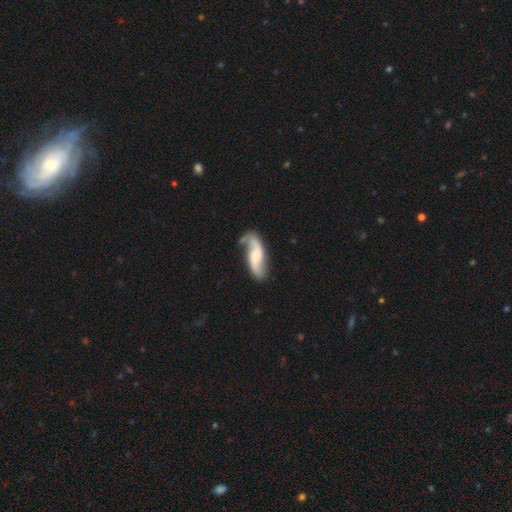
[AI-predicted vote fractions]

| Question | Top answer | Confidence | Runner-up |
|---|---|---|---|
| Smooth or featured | featured or disk | 72% | smooth (22%) |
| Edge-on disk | no | 92% | yes (8%) |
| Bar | no | 50% | weak (36%) |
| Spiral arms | yes | 95% | no (5%) |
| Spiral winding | loose | 74% | medium (20%) |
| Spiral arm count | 2 | 90% | 1 (4%) |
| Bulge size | small | 30% | moderate (29%) |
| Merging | none | 65% | minor disturbance (20%) |